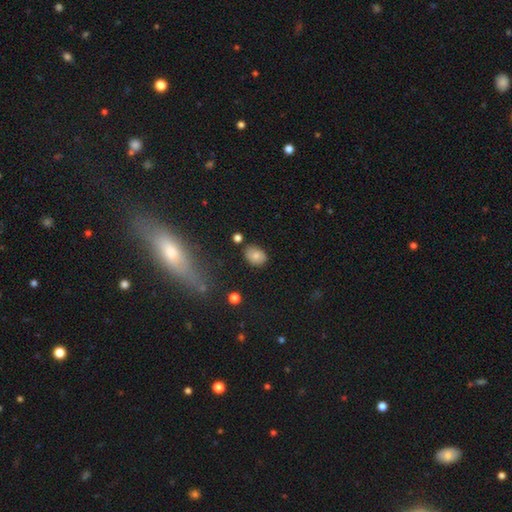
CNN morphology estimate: smooth 77%, featured or disk 13%, star or artifact 10%. Down the decision tree: how rounded — in between (68%); merging — none (78%).